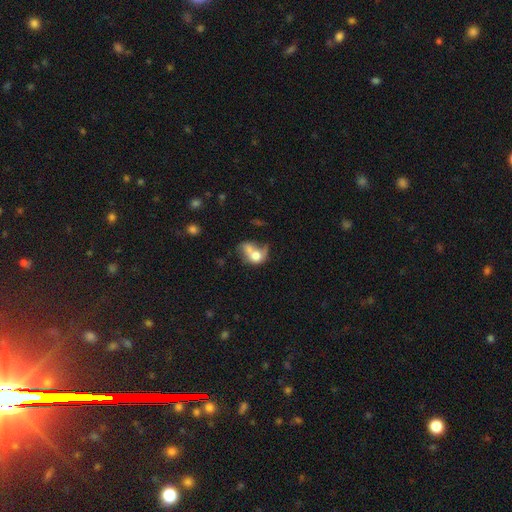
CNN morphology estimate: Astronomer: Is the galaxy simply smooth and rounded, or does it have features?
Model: smooth — 63%.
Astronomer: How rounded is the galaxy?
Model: in between — 57% (runner-up: round, 41%).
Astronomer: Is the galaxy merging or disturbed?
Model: merger — 44% (runner-up: major disturbance, 23%).